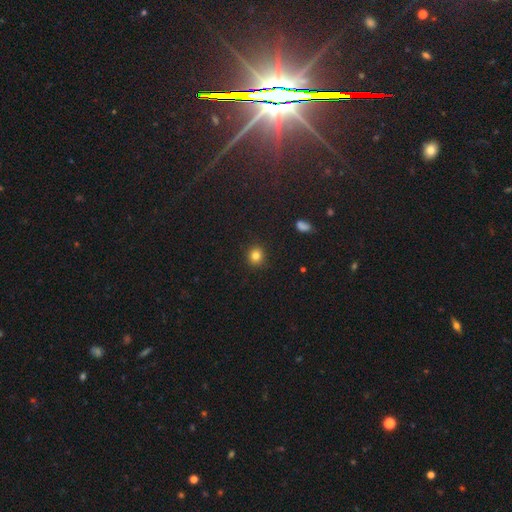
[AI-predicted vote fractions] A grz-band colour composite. It shows a smooth galaxy with no disk features (82%) that is round (88%). Merging: none (91%).